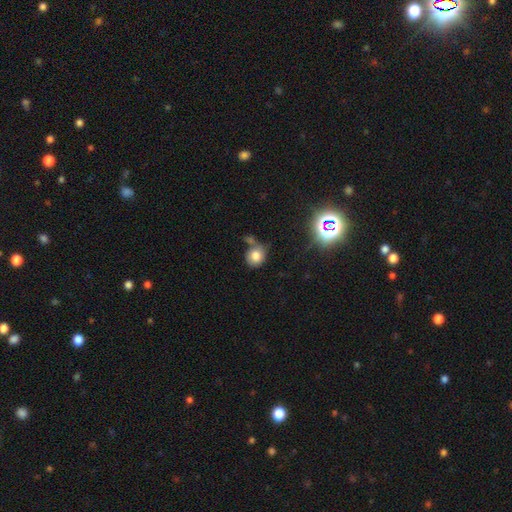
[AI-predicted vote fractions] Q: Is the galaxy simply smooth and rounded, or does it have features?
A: smooth — 77%.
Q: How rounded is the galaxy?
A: round — 74%.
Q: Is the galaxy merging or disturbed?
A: none — 53%.